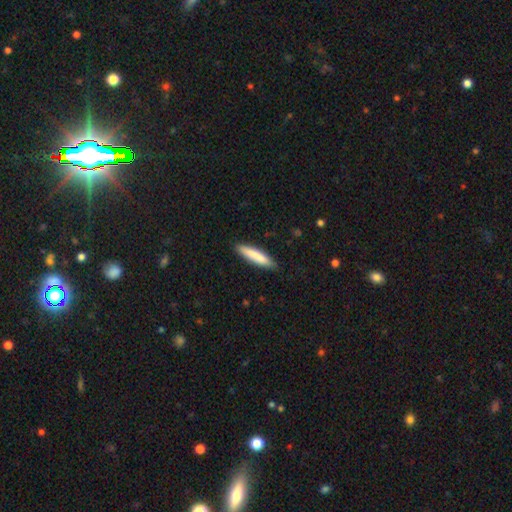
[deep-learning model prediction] Smooth or featured?
  - smooth: 83% *
  - featured or disk: 12%
  - star or artifact: 5%
How rounded?
  - cigar-shaped: 84% *
  - in between: 15%
  - round: 1%
Merging?
  - none: 87% *
  - minor disturbance: 10%
  - major disturbance: 2%
  - merger: 1%